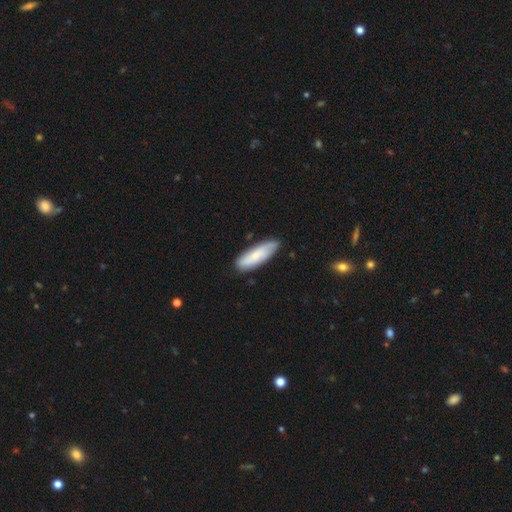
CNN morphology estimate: smooth_or_featured: smooth (p=0.74) [alt: featured or disk p=0.20]
how_rounded: in between (p=0.51) [alt: cigar-shaped p=0.48]
merging: none (p=0.77) [alt: minor disturbance p=0.19]